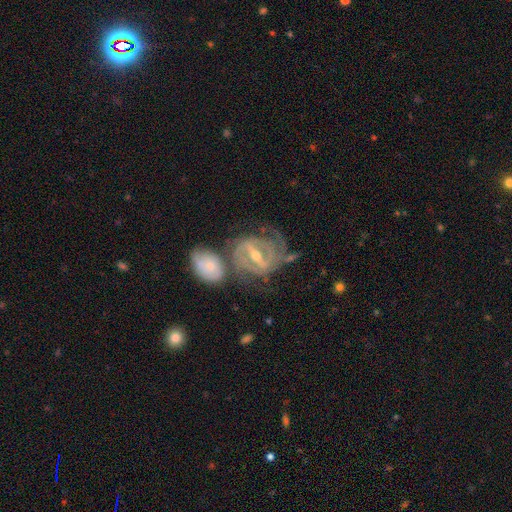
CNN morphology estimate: Smooth or featured: featured or disk — 85% (smooth — 8%)
Edge-on disk: no — 95% (yes — 5%)
Bar: strong — 55% (weak — 35%)
Spiral arms: yes — 91% (no — 9%)
Spiral winding: tight — 54% (medium — 36%)
Spiral arm count: 2 — 42% (can't tell — 25%)
Bulge size: moderate — 56% (small — 39%)
Merging: none — 47% (merger — 24%)